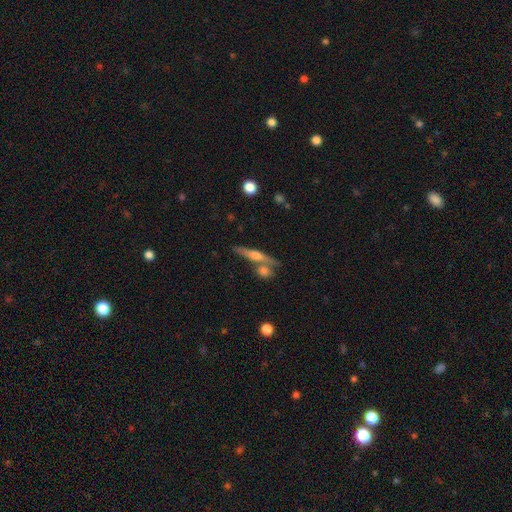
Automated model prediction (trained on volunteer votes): A featured or disk galaxy (57%) viewed edge-on (94%) with a rounded central bulge (77%). Merging: none (65%).